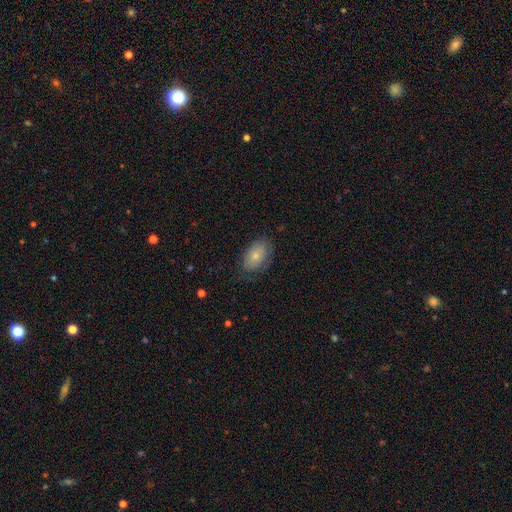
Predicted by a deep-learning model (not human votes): smooth-or-featured: smooth: 76% | featured or disk: 17% | star or artifact: 7%
  how-rounded: in between: 90% | round: 9% | cigar-shaped: 1%
  merging: none: 71% | minor disturbance: 21% | major disturbance: 7% | merger: 1%